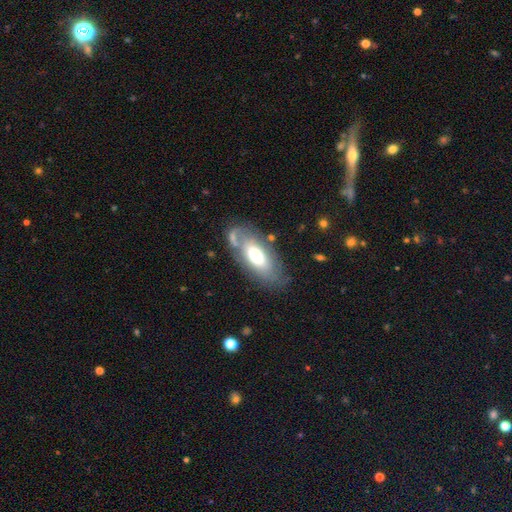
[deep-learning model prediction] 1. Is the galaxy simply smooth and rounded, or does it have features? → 56% smooth, 37% featured or disk, 7% star or artifact.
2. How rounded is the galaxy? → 88% in between, 9% cigar-shaped, 3% round.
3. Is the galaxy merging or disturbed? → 63% none, 20% minor disturbance, 9% major disturbance, 8% merger.